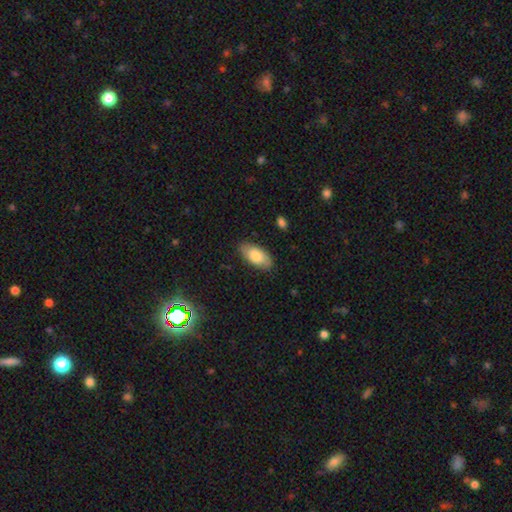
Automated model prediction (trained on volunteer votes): Smooth or featured?
  - smooth: 77% *
  - featured or disk: 17%
  - star or artifact: 6%
How rounded?
  - in between: 93% *
  - cigar-shaped: 4%
  - round: 3%
Merging?
  - none: 83% *
  - minor disturbance: 13%
  - major disturbance: 3%
  - merger: 1%